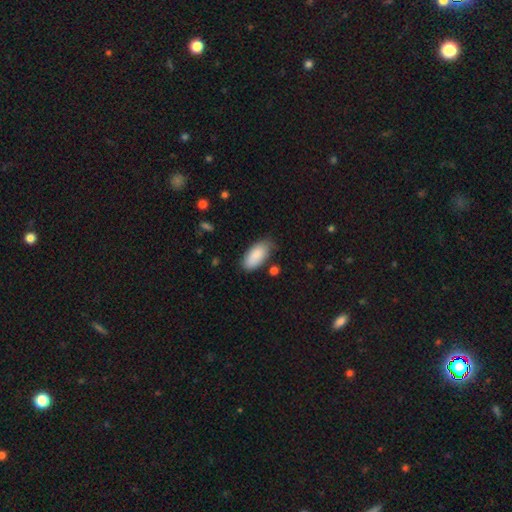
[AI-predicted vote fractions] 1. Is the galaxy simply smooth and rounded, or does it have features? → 88% smooth, 6% featured or disk, 6% star or artifact.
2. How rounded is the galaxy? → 92% in between, 6% cigar-shaped, 2% round.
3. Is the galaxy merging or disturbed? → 72% none, 21% minor disturbance, 4% major disturbance, 3% merger.